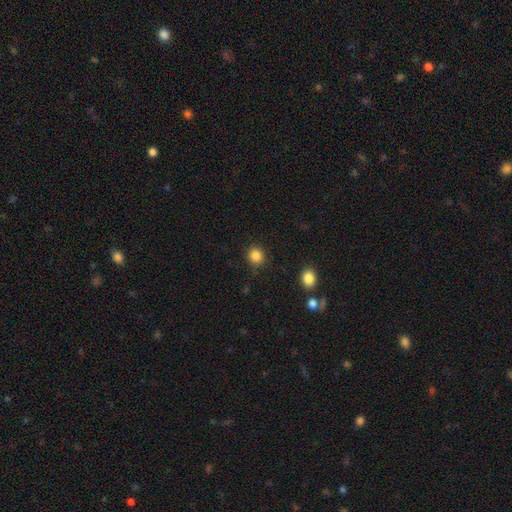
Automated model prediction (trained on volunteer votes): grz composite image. It shows a smooth galaxy with no disk features (85%) that is round (87%). Merging: none (88%).